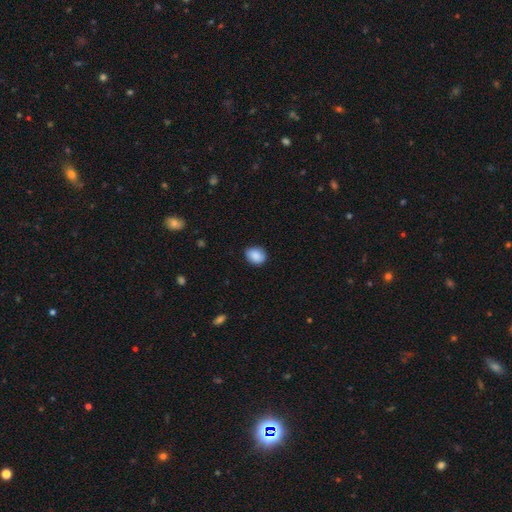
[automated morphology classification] Q: Smooth or featured?
A: smooth (88%); runner-up: star or artifact (7%)
Q: How rounded?
A: in between (53%); runner-up: round (46%)
Q: Merging?
A: none (83%); runner-up: minor disturbance (14%)